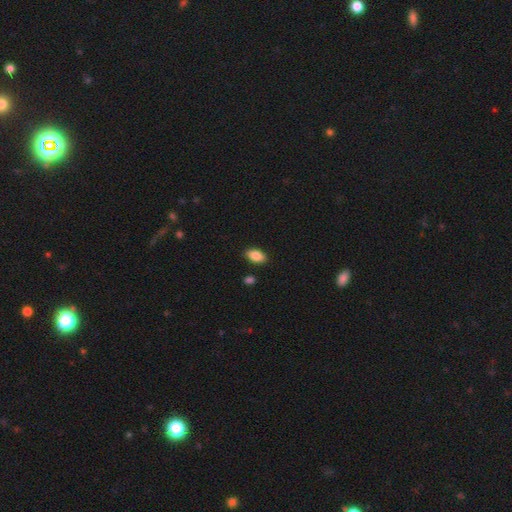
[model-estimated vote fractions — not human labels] Smooth or featured? smooth (87%)
How rounded? in between (92%)
Merging? none (87%)